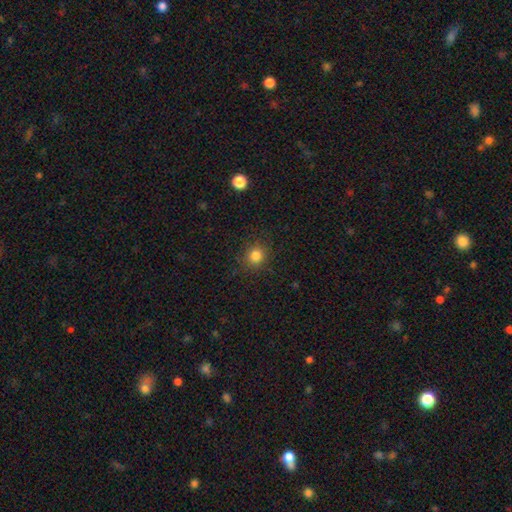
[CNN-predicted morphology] A smooth galaxy with no disk features (83%) that is round (85%).

Vote fractions:
- Smooth or featured? smooth: 83% / star or artifact: 13% / featured or disk: 5%
- How rounded? round: 85% / in between: 14% / cigar-shaped: 1%
- Merging? none: 88% / minor disturbance: 8% / major disturbance: 3% / merger: 1%